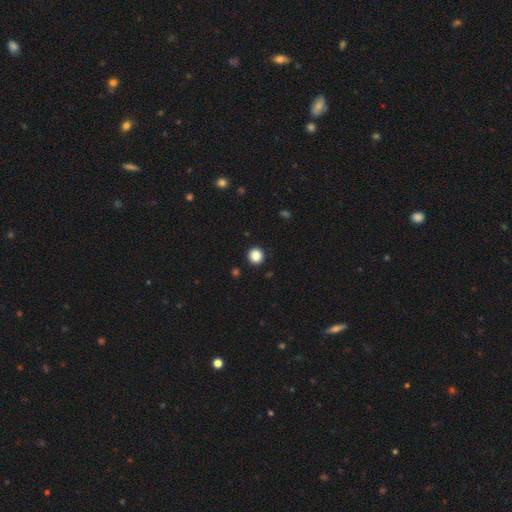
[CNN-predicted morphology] smooth-or-featured: smooth: 86% | star or artifact: 10% | featured or disk: 4%
  how-rounded: round: 94% | in between: 5% | cigar-shaped: 1%
  merging: none: 93% | minor disturbance: 4% | major disturbance: 2% | merger: 1%